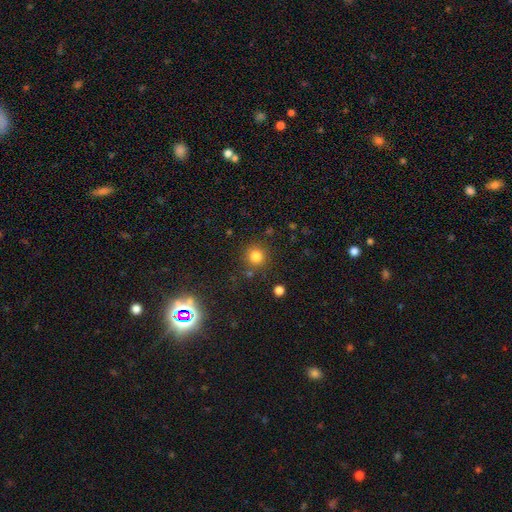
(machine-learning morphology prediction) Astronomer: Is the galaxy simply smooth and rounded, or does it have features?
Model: smooth — 79%.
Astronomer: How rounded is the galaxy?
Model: round — 93%.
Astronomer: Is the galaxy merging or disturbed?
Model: none — 83%.